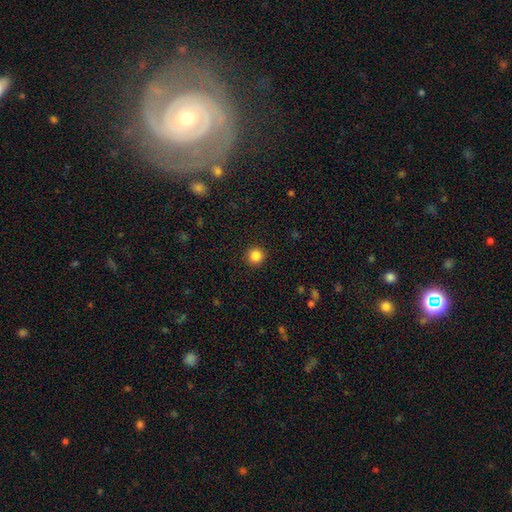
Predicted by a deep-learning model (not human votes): Smooth or featured? Predicted: smooth (p=0.86). How rounded? Predicted: round (p=0.94). Merging? Predicted: none (p=0.92).